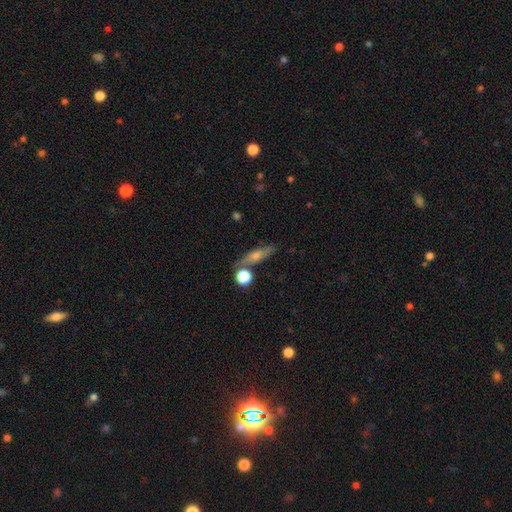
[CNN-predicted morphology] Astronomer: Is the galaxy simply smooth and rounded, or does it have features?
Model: featured or disk — 44%, tied with smooth at 44%.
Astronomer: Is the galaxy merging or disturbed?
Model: none — 74%.